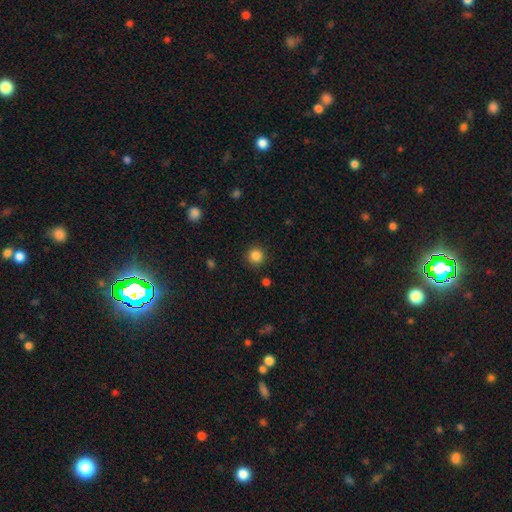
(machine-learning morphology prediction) This is clearly a smooth galaxy (86%). How rounded: clearly round (94%). Merging: clearly none (91%).